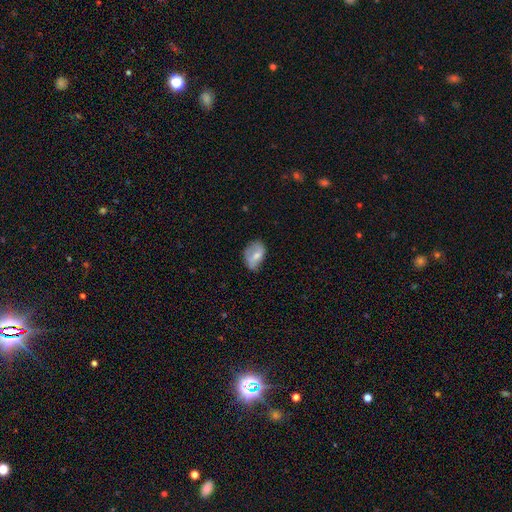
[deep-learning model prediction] smooth-or-featured: smooth: 61% | featured or disk: 31% | star or artifact: 8%
  how-rounded: in between: 85% | round: 13% | cigar-shaped: 2%
  merging: none: 51% | minor disturbance: 33% | major disturbance: 14% | merger: 2%